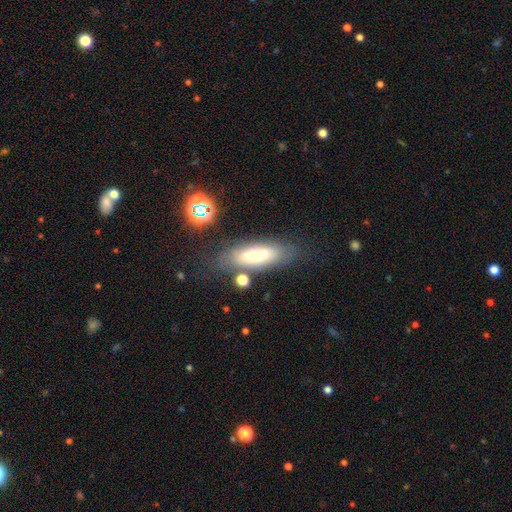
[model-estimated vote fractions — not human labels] The model was most divided on "how rounded": in between: 59%, cigar-shaped: 39%, round: 2%. More confident: merging — none (68%); smooth or featured — smooth (67%).